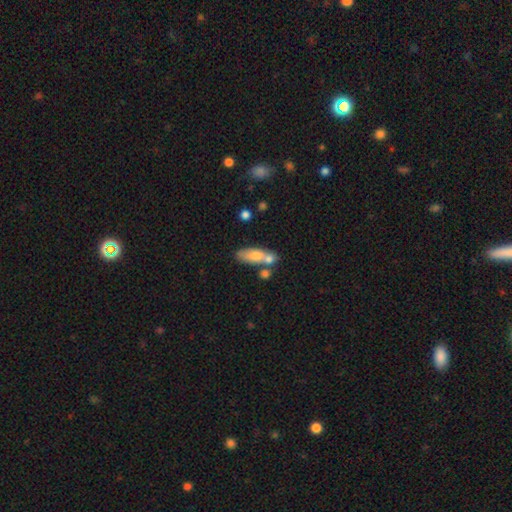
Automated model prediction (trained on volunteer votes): The model was most divided on "merging": none: 43%, merger: 35%, minor disturbance: 16%, major disturbance: 6%. More confident: smooth or featured — smooth (73%); how rounded — in between (67%).